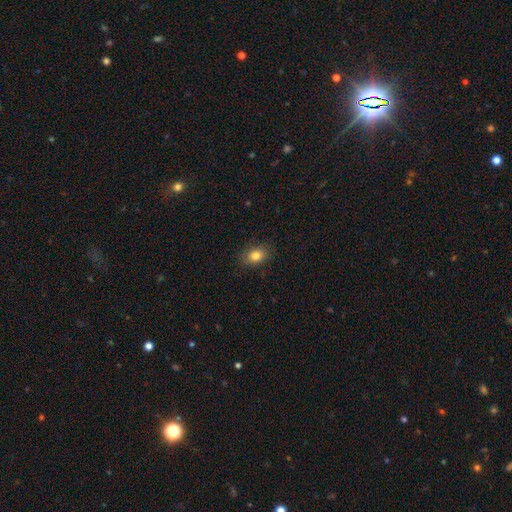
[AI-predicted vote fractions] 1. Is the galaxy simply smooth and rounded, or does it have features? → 82% smooth, 10% star or artifact, 8% featured or disk.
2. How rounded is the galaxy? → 77% in between, 21% round, 1% cigar-shaped.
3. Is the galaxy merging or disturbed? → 86% none, 10% minor disturbance, 2% major disturbance, 1% merger.